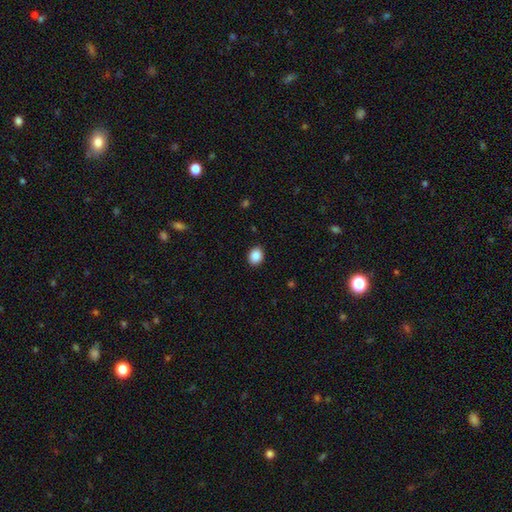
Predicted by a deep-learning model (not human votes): Smooth or featured?
  - smooth: 89% *
  - star or artifact: 8%
  - featured or disk: 3%
How rounded?
  - round: 56% *
  - in between: 43%
  - cigar-shaped: 1%
Merging?
  - none: 90% *
  - minor disturbance: 7%
  - major disturbance: 2%
  - merger: 1%